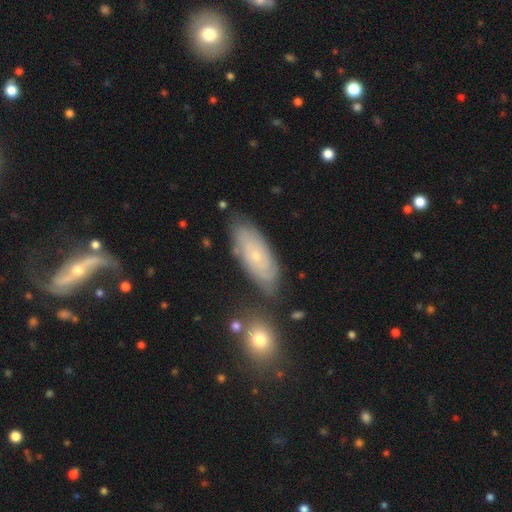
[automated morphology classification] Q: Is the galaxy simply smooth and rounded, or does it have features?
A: featured or disk — 61%.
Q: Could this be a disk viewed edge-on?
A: no — 87%.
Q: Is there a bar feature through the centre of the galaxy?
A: no — 84%.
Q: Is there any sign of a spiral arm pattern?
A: yes — 77%.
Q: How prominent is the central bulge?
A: small — 81%.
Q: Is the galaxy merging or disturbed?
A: none — 75%.